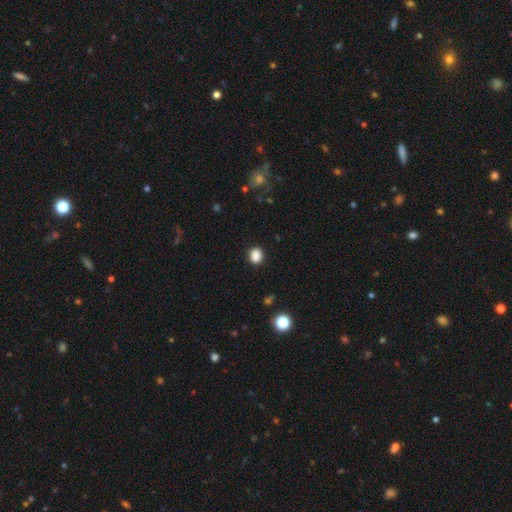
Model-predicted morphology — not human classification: The model was most divided on "how rounded": round: 52%, in between: 47%, cigar-shaped: 1%. More confident: merging — none (87%); smooth or featured — smooth (87%).